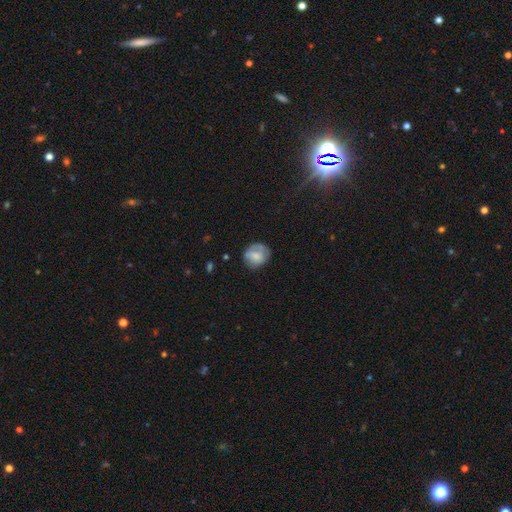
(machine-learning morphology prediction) A smooth galaxy with no disk features (67%) that is round (74%). Merging: none (64%).